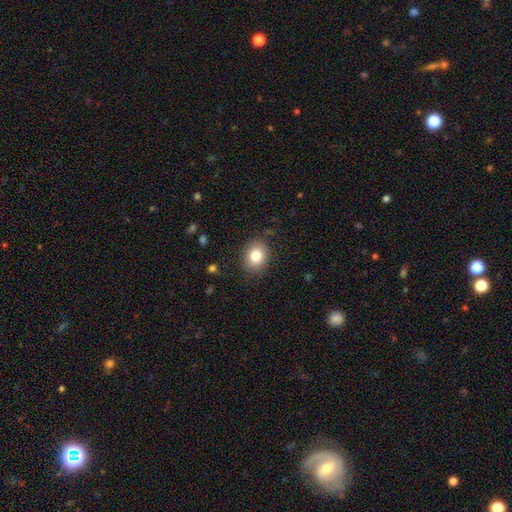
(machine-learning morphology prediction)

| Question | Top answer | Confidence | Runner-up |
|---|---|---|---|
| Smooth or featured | smooth | 82% | star or artifact (10%) |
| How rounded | round | 55% | in between (44%) |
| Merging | none | 84% | minor disturbance (12%) |